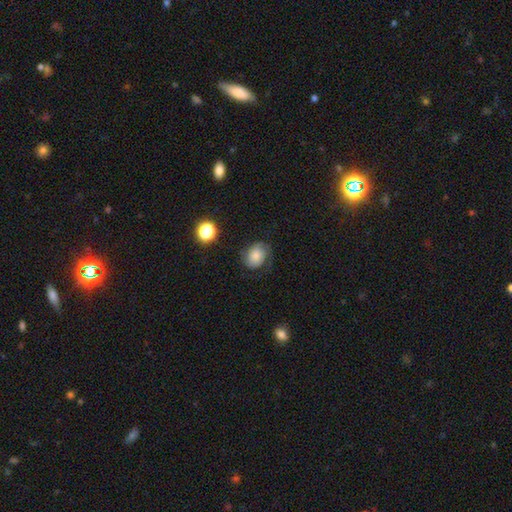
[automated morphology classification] Overall: featured or disk (48%; smooth 41%). Merging: none (65%).